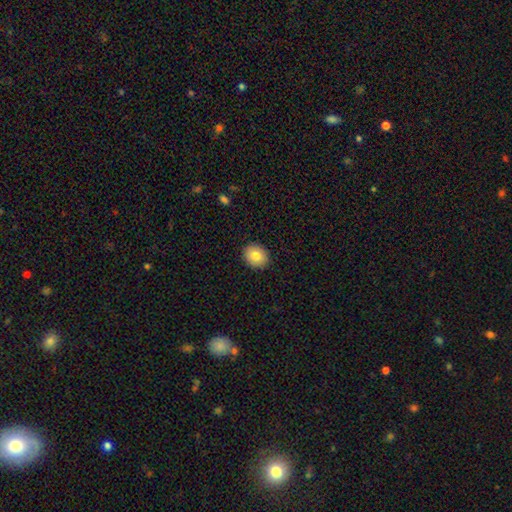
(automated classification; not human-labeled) Smooth or featured? smooth (81%)
How rounded? round (66%)
Merging? none (90%)